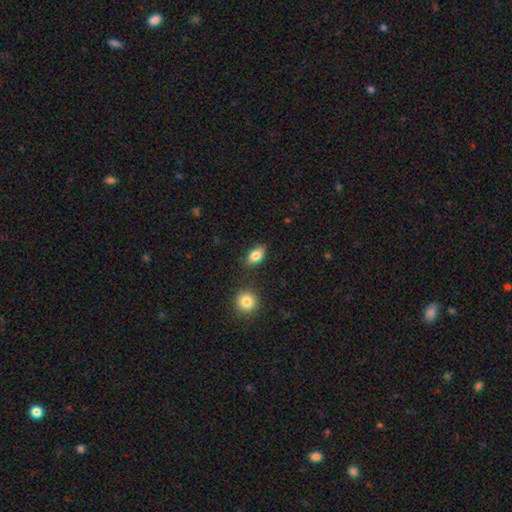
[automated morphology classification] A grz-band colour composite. It shows a smooth galaxy with no disk features (83%) that is in between round and cigar-shaped (87%). Merging: none (80%).